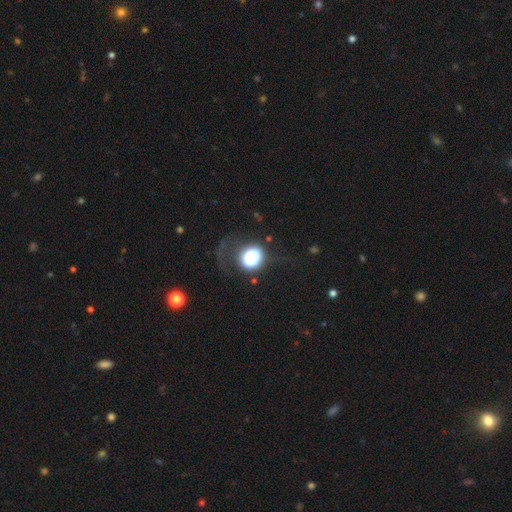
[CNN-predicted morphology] Smooth or featured? smooth (70%)
How rounded? round (75%)
Merging? none (48%)